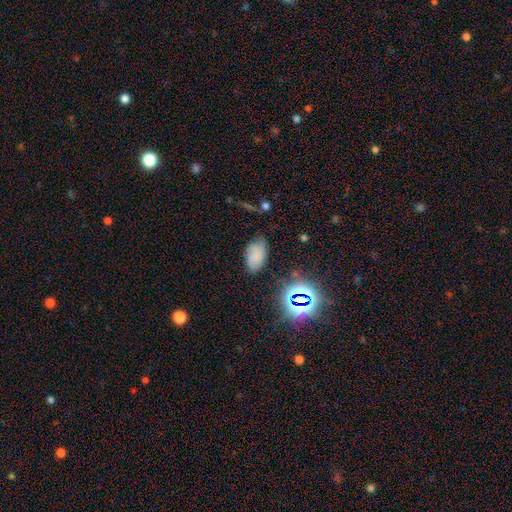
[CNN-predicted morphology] The model was most divided on "smooth or featured": smooth: 59%, featured or disk: 21%, star or artifact: 20%. More confident: how rounded — in between (91%); merging — none (63%).